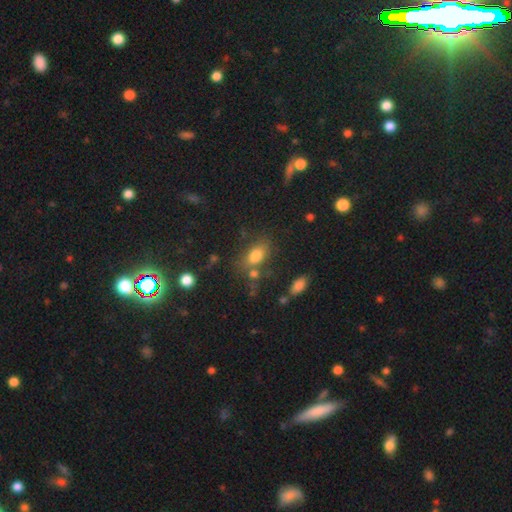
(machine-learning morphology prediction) smooth_or_featured: smooth (p=0.78) [alt: star or artifact p=0.11]
how_rounded: in between (p=0.83) [alt: round p=0.12]
merging: none (p=0.59) [alt: minor disturbance p=0.17]